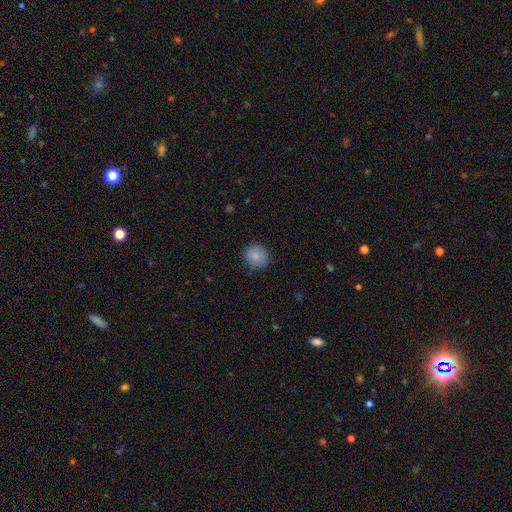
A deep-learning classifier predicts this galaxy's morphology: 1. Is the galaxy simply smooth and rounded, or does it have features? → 85% smooth, 9% star or artifact, 6% featured or disk.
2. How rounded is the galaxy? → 90% round, 9% in between, 1% cigar-shaped.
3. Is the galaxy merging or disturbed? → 82% none, 14% minor disturbance, 3% major disturbance, 1% merger.